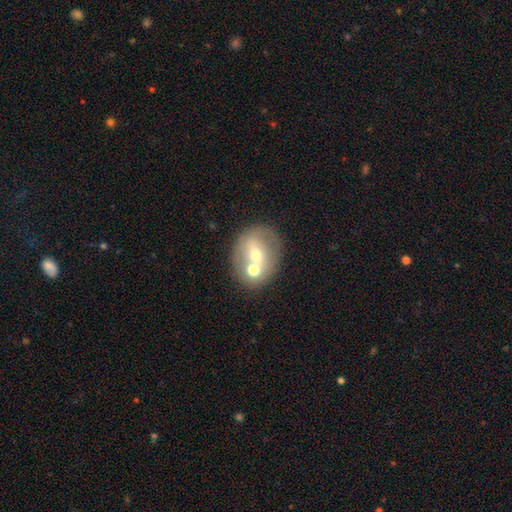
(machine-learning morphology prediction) Smooth or featured: smooth — 52% (featured or disk — 37%)
How rounded: round — 61% (in between — 38%)
Merging: none — 53% (merger — 30%)